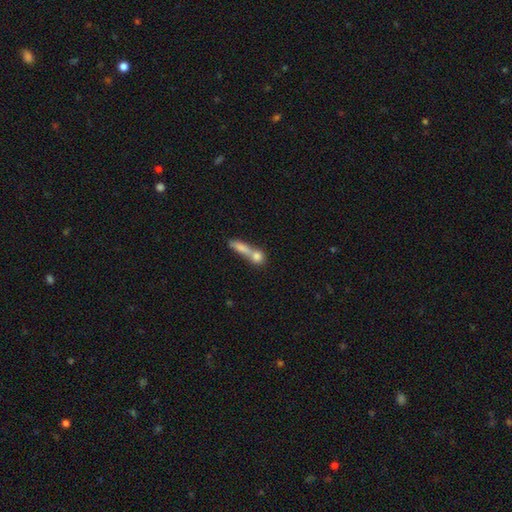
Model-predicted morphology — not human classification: smooth 72%, featured or disk 19%, star or artifact 9%. Down the decision tree: how rounded — cigar-shaped (38%); merging — merger (61%).